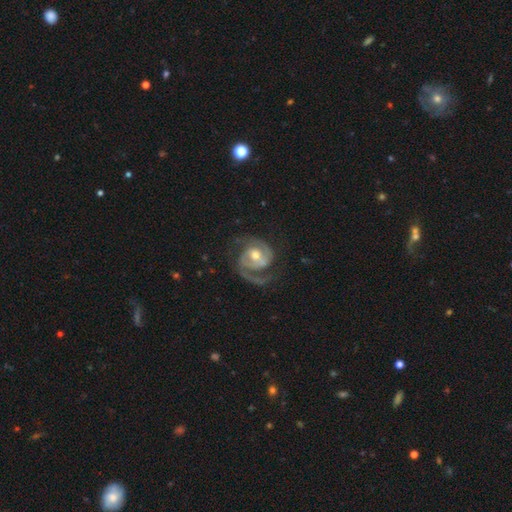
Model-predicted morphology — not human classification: Smooth or featured?
  - featured or disk: 89% *
  - smooth: 6%
  - star or artifact: 4%
Edge-on disk?
  - no: 98% *
  - yes: 2%
Bar?
  - no: 52% *
  - weak: 35%
  - strong: 13%
Spiral arms?
  - yes: 97% *
  - no: 3%
Spiral winding?
  - medium: 48% *
  - tight: 35%
  - loose: 16%
Spiral arm count?
  - 2: 80% *
  - 1: 9%
  - can't tell: 4%
  - 3: 4%
  - 4: 1%
  - more than 4: 1%
Bulge size?
  - moderate: 71% *
  - small: 20%
  - large: 7%
  - none: 1%
  - dominant: 1%
Merging?
  - none: 65% *
  - minor disturbance: 17%
  - major disturbance: 16%
  - merger: 2%